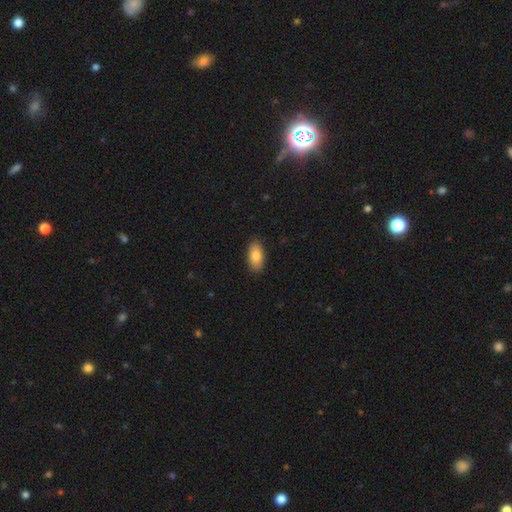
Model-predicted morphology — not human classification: Overall: smooth (83%). How rounded: in between (92%). Merging: none (89%).